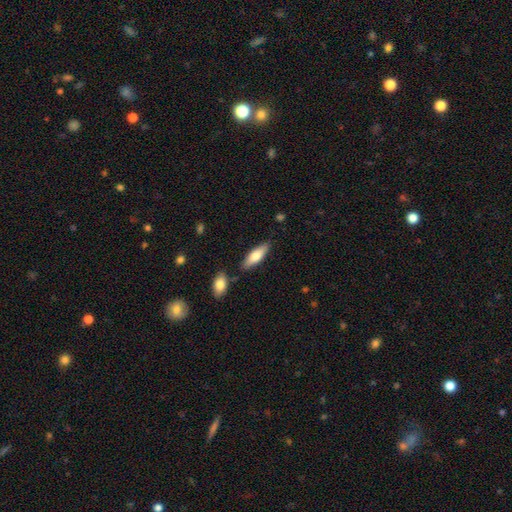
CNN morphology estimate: The model was most divided on "how rounded": in between: 50%, cigar-shaped: 48%, round: 2%. More confident: merging — none (80%); smooth or featured — smooth (67%).